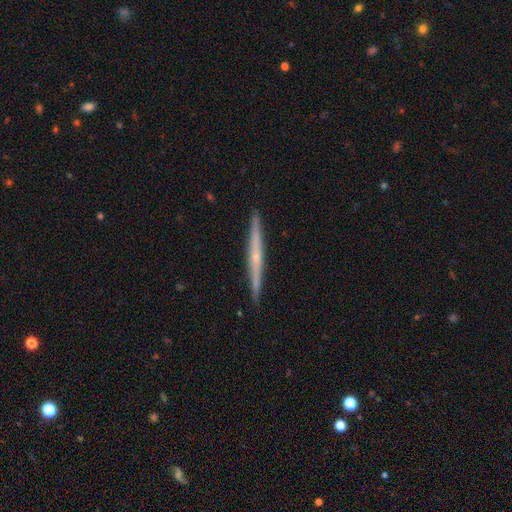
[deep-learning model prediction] This appears to be a featured or disk galaxy (64%) viewed edge-on (98%) with no central bulge (57%). Merging: none (92%).